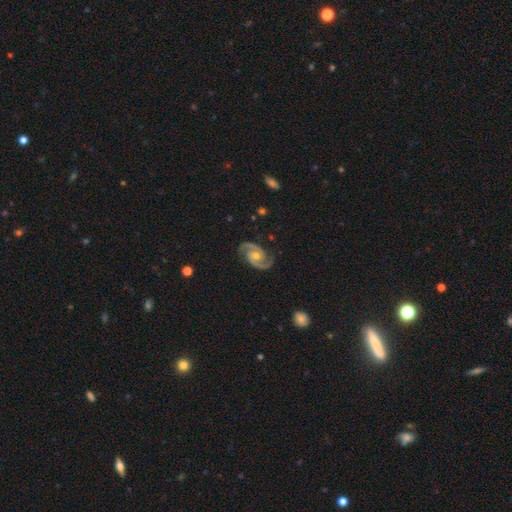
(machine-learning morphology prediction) Smooth or featured? Predicted: featured or disk (p=0.93). Edge-on disk? Predicted: no (p=0.98). Bar? Predicted: no (p=0.57). Spiral arms? Predicted: yes (p=0.99). Spiral winding? Predicted: medium (p=0.61). Spiral arm count? Predicted: 2 (p=0.95). Bulge size? Predicted: moderate (p=0.66). Merging? Predicted: none (p=0.85).